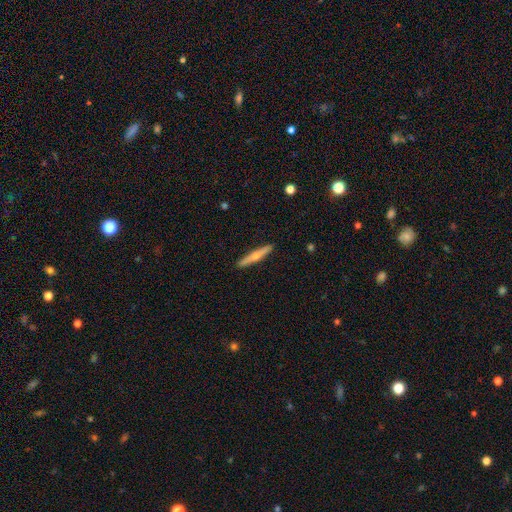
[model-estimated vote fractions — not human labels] This is possibly a smooth galaxy (48%). Merging: clearly none (91%).